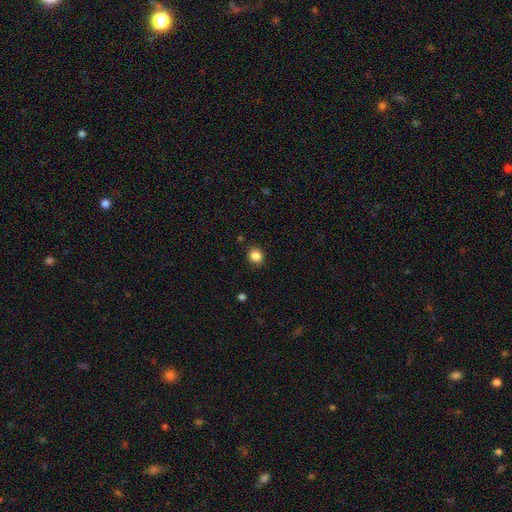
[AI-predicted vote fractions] A smooth galaxy with no disk features (85%) that is round (80%).

Vote fractions:
- Smooth or featured? smooth: 85% / star or artifact: 11% / featured or disk: 4%
- How rounded? round: 80% / in between: 19% / cigar-shaped: 1%
- Merging? none: 89% / minor disturbance: 7% / major disturbance: 2% / merger: 1%